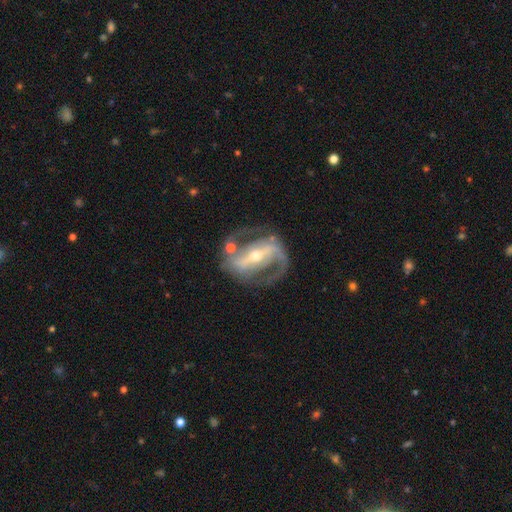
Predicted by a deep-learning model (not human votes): smooth_or_featured: featured or disk (p=0.90) [alt: smooth p=0.05]
disk_edge_on: no (p=0.95) [alt: yes p=0.05]
bar: strong (p=0.73) [alt: weak p=0.18]
has_spiral_arms: yes (p=0.93) [alt: no p=0.07]
spiral_winding: medium (p=0.53) [alt: tight p=0.26]
spiral_arm_count: 2 (p=0.88) [alt: can't tell p=0.04]
bulge_size: small (p=0.51) [alt: moderate p=0.46]
merging: none (p=0.70) [alt: minor disturbance p=0.15]